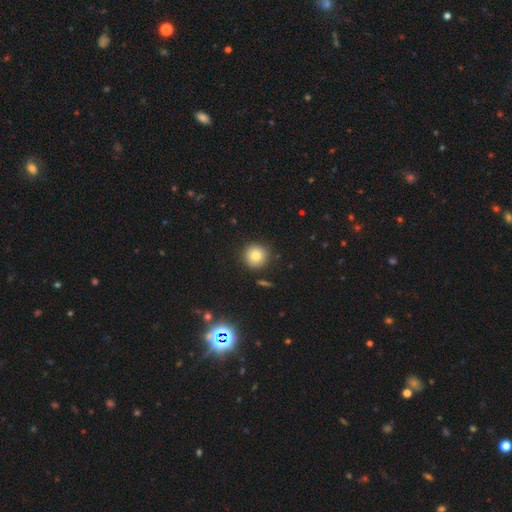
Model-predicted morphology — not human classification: Smooth or featured? smooth (81%)
How rounded? round (93%)
Merging? none (87%)